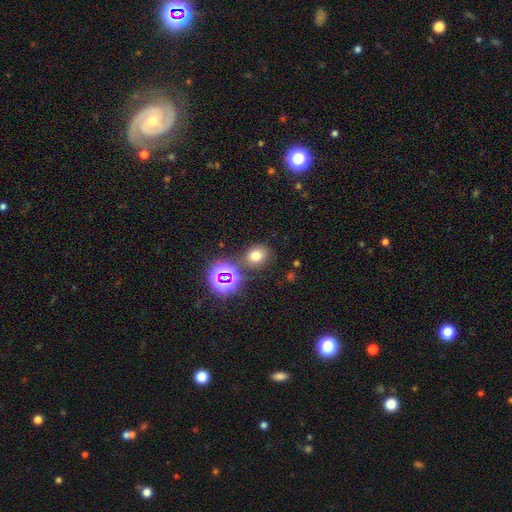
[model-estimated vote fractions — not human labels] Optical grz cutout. It shows a smooth galaxy with no disk features (67%) that is round (61%). Merging: none (78%).